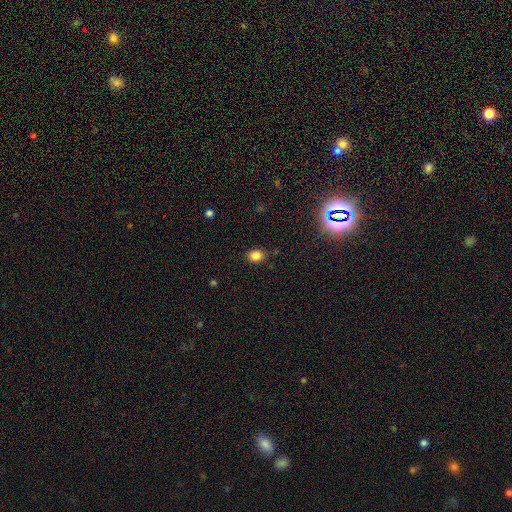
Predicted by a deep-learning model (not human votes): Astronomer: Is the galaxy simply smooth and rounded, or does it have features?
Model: smooth — 82%.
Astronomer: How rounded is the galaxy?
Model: in between — 53% (runner-up: round, 46%).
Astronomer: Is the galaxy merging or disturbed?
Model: none — 84%.